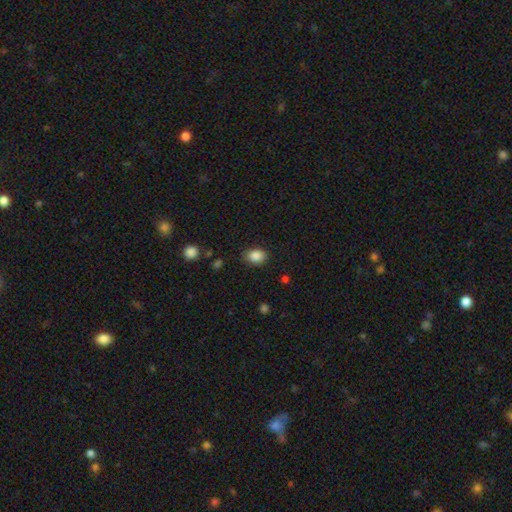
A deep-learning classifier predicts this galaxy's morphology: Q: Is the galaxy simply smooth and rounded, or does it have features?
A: smooth — 87%.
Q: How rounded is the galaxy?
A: in between — 68%.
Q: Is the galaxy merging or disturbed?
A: none — 79%.